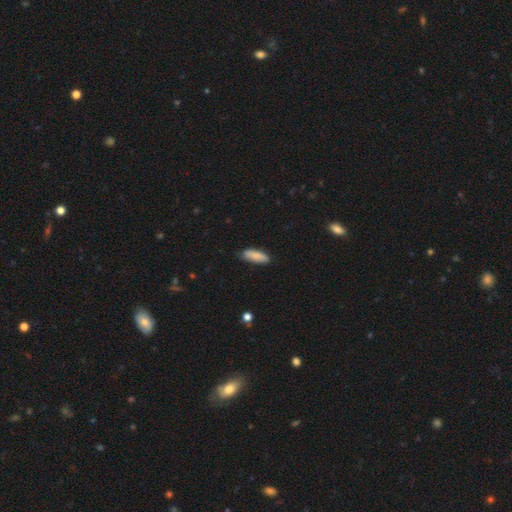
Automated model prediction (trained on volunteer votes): This is clearly a smooth galaxy (84%). How rounded: possibly in between (60%). Merging: likely none (80%).